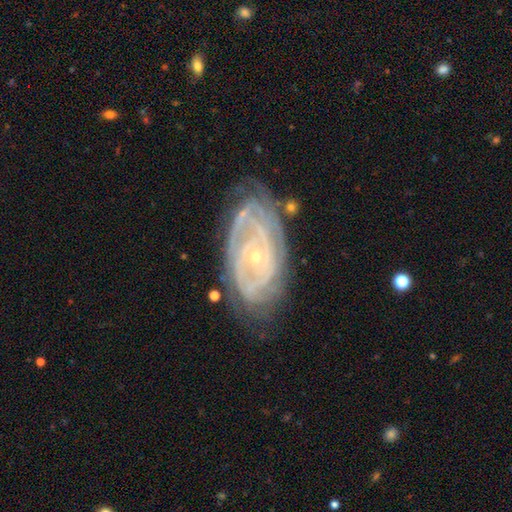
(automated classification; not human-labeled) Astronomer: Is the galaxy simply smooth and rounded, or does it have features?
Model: featured or disk — 86%.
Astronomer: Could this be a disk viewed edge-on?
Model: no — 95%.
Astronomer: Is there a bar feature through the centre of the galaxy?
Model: no — 67%.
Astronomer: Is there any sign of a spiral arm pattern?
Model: yes — 94%.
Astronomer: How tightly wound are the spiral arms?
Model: tight — 77%.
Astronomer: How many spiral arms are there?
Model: can't tell — 33% (runner-up: 2, 28%).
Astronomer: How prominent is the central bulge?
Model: small — 84%.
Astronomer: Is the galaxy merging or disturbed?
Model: none — 68%.